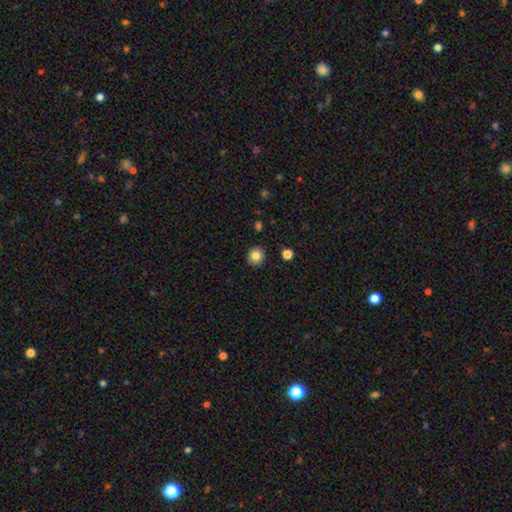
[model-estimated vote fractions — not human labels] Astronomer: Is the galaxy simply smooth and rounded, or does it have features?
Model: smooth — 84%.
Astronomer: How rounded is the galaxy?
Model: round — 87%.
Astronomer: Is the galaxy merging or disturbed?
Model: none — 90%.